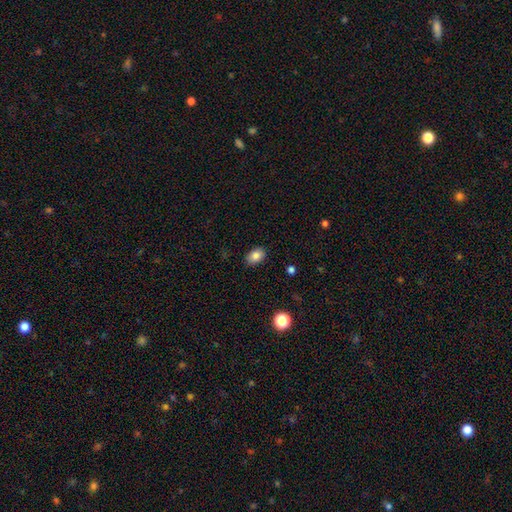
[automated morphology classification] Smooth or featured?
  - smooth: 83% *
  - star or artifact: 9%
  - featured or disk: 8%
How rounded?
  - in between: 83% *
  - round: 16%
  - cigar-shaped: 1%
Merging?
  - none: 88% *
  - minor disturbance: 9%
  - major disturbance: 2%
  - merger: 1%